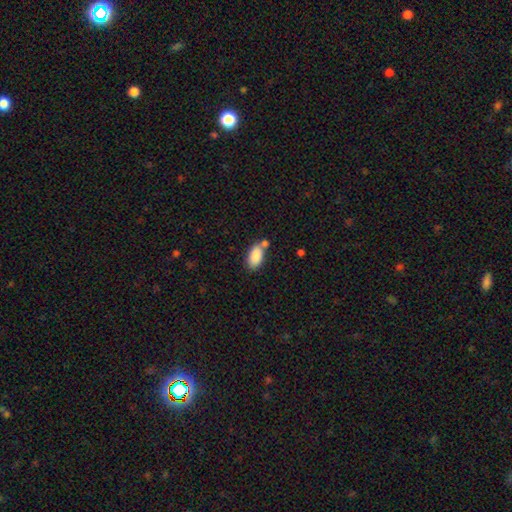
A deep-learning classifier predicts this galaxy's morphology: This appears to be a smooth galaxy with no disk features (87%) that is in between round and cigar-shaped (93%). Merging: none (55%).